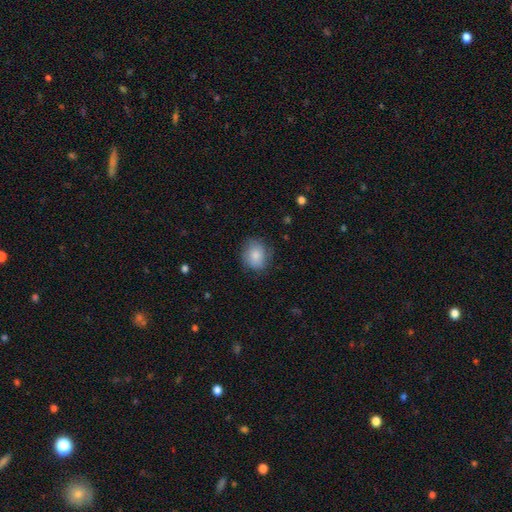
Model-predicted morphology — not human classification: The model was most divided on "how rounded": round: 66%, in between: 33%, cigar-shaped: 1%. More confident: smooth or featured — smooth (82%); merging — none (75%).